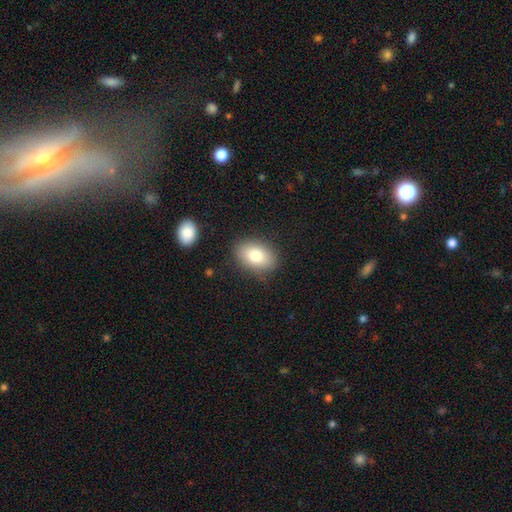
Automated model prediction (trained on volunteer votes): Smooth or featured? Predicted: smooth (p=0.81). How rounded? Predicted: in between (p=0.82). Merging? Predicted: none (p=0.85).